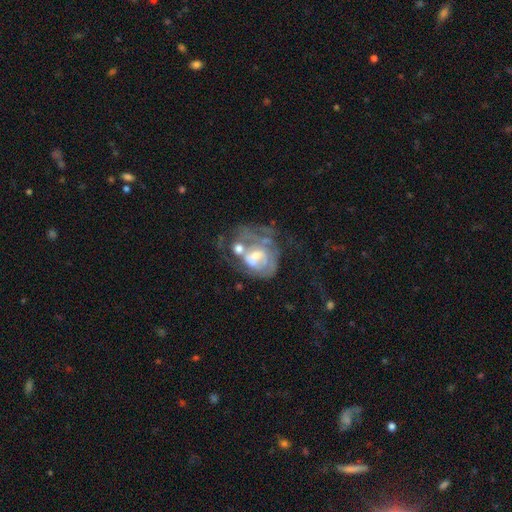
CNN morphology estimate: A featured or disk galaxy (73%) with no bar (64%), spiral arms (58%) and a moderate central bulge (42%). Merging: merger (31%).